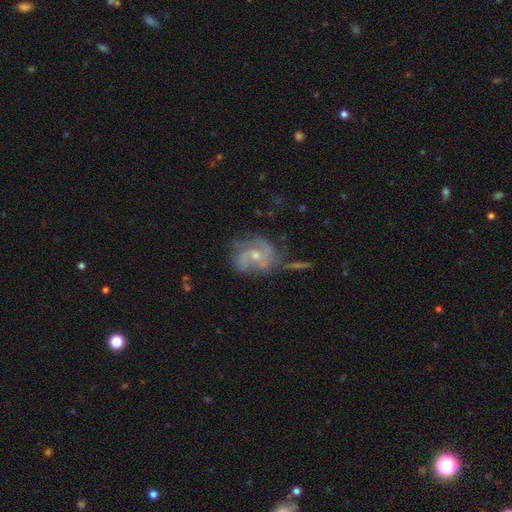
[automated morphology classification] Smooth or featured?
  - featured or disk: 82% *
  - smooth: 10%
  - star or artifact: 7%
Edge-on disk?
  - no: 97% *
  - yes: 3%
Bar?
  - no: 61% *
  - weak: 32%
  - strong: 7%
Spiral arms?
  - yes: 93% *
  - no: 7%
Spiral winding?
  - medium: 49% *
  - tight: 29%
  - loose: 23%
Spiral arm count?
  - 2: 57% *
  - 3: 17%
  - can't tell: 15%
  - 1: 4%
  - 4: 4%
  - more than 4: 3%
Bulge size?
  - small: 52% *
  - moderate: 44%
  - none: 2%
  - large: 1%
  - dominant: 1%
Merging?
  - none: 55% *
  - minor disturbance: 23%
  - major disturbance: 14%
  - merger: 8%